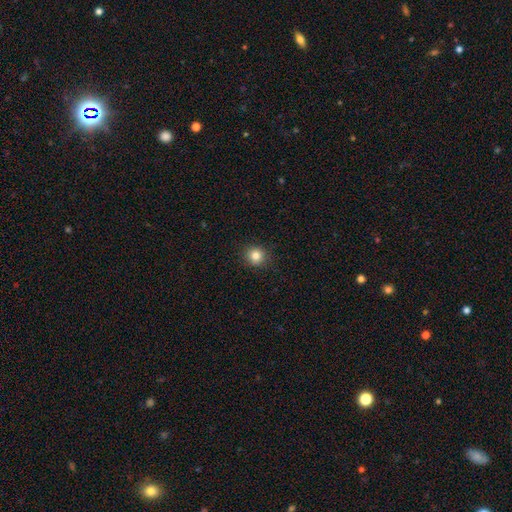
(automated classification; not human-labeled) Smooth or featured? Predicted: smooth (p=0.83). How rounded? Predicted: round (p=0.90). Merging? Predicted: none (p=0.91).